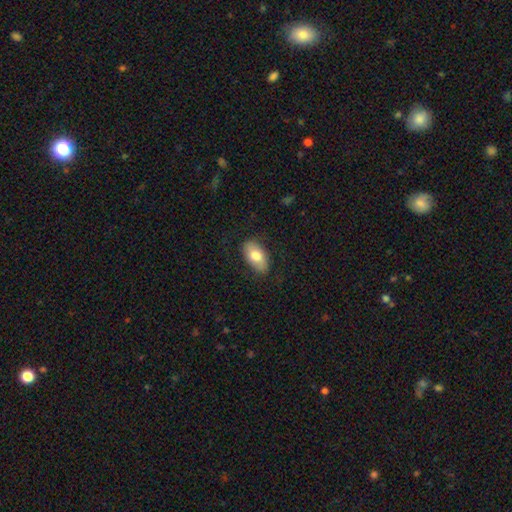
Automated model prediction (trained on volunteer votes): Q: Smooth or featured?
A: smooth (77%); runner-up: featured or disk (17%)
Q: How rounded?
A: in between (93%); runner-up: round (5%)
Q: Merging?
A: none (83%); runner-up: minor disturbance (13%)